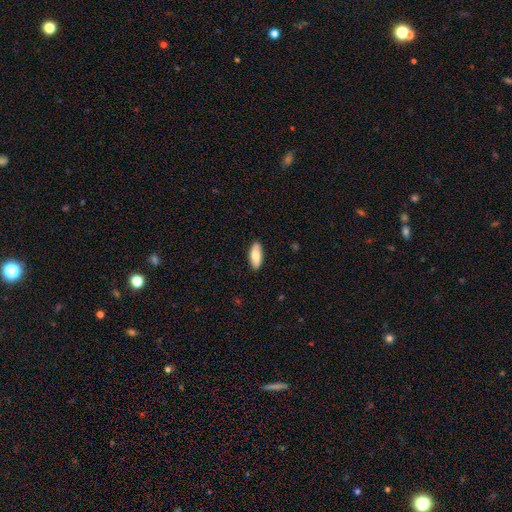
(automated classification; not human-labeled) Q: Smooth or featured?
A: smooth (74%); runner-up: featured or disk (20%)
Q: How rounded?
A: in between (82%); runner-up: cigar-shaped (16%)
Q: Merging?
A: none (86%); runner-up: minor disturbance (11%)